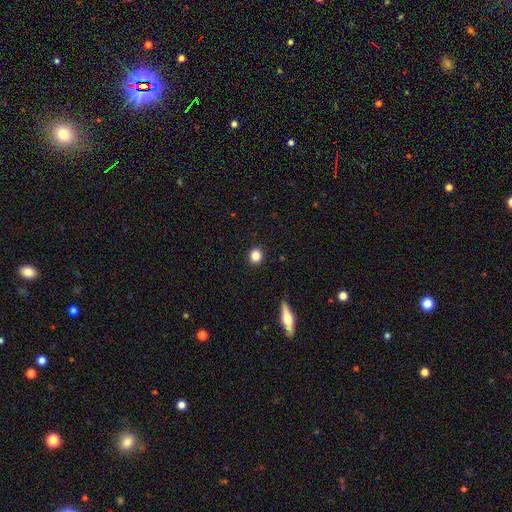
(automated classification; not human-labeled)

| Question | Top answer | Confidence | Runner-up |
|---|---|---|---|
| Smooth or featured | smooth | 84% | star or artifact (10%) |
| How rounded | round | 85% | in between (13%) |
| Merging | none | 91% | minor disturbance (6%) |